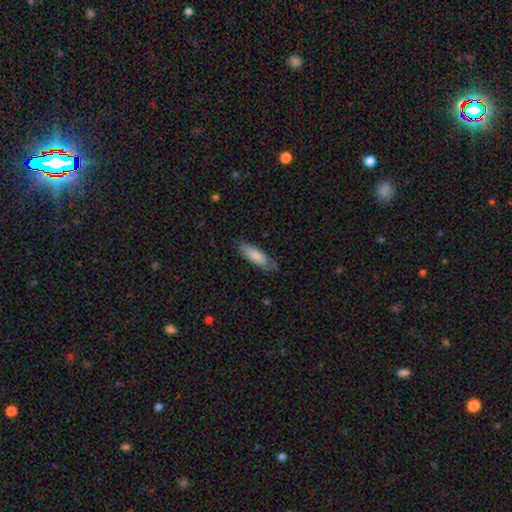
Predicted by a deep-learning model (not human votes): Smooth or featured? Predicted: smooth (p=0.81). How rounded? Predicted: in between (p=0.56). Merging? Predicted: none (p=0.71).